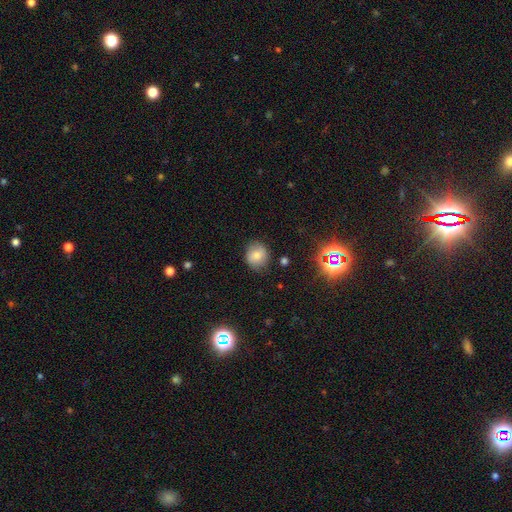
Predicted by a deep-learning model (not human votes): smooth 70%, featured or disk 17%, star or artifact 13%. Down the decision tree: how rounded — round (83%); merging — none (80%).